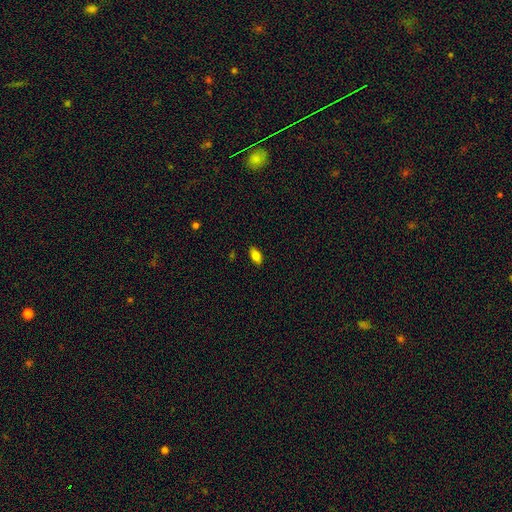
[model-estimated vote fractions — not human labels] smooth-or-featured: smooth: 81% | featured or disk: 11% | star or artifact: 8%
  how-rounded: in between: 90% | cigar-shaped: 5% | round: 4%
  merging: none: 87% | minor disturbance: 10% | major disturbance: 2% | merger: 1%